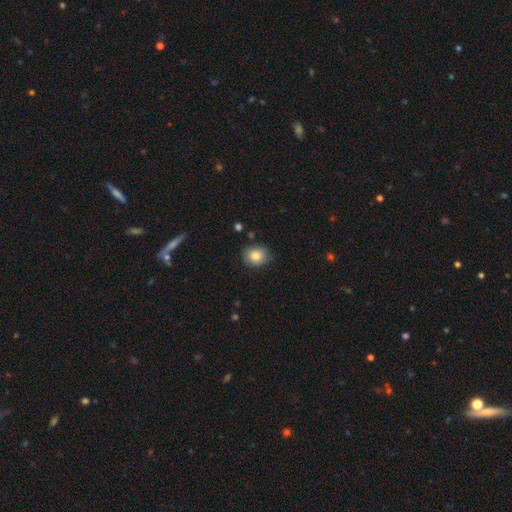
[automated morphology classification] Smooth or featured? smooth (85%)
How rounded? round (59%)
Merging? none (83%)